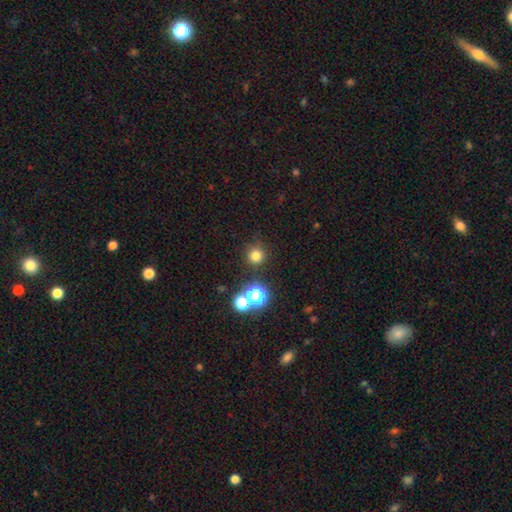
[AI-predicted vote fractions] Overall: smooth (75%). How rounded: round (95%). Merging: none (84%).